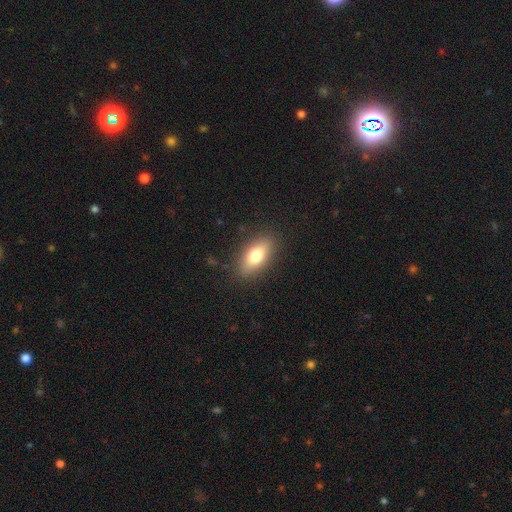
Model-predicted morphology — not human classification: Smooth or featured?
  - smooth: 76% *
  - featured or disk: 17%
  - star or artifact: 7%
How rounded?
  - in between: 83% *
  - cigar-shaped: 12%
  - round: 4%
Merging?
  - none: 85% *
  - minor disturbance: 11%
  - major disturbance: 3%
  - merger: 1%